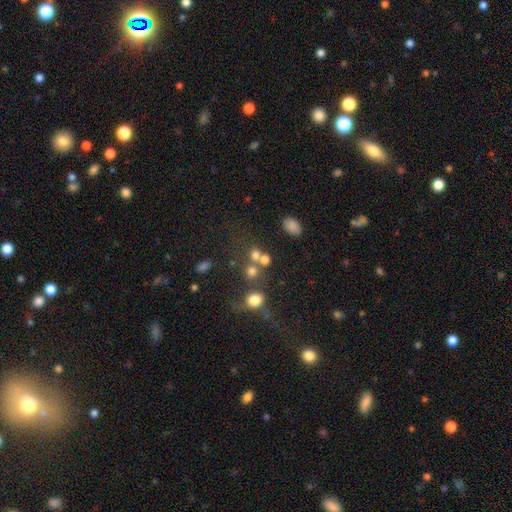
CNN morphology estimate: Q: Smooth or featured?
A: smooth (69%); runner-up: star or artifact (19%)
Q: How rounded?
A: round (79%); runner-up: in between (20%)
Q: Merging?
A: none (45%); runner-up: merger (39%)